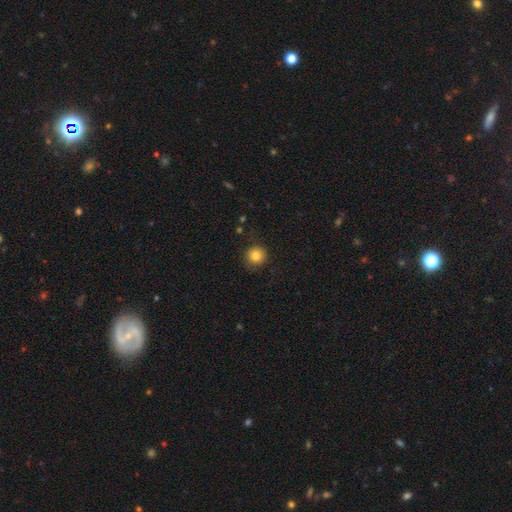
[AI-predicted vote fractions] A smooth galaxy with no disk features (83%) that is round (93%).

Vote fractions:
- Smooth or featured? smooth: 83% / star or artifact: 11% / featured or disk: 7%
- How rounded? round: 93% / in between: 6% / cigar-shaped: 1%
- Merging? none: 86% / minor disturbance: 10% / major disturbance: 3% / merger: 1%